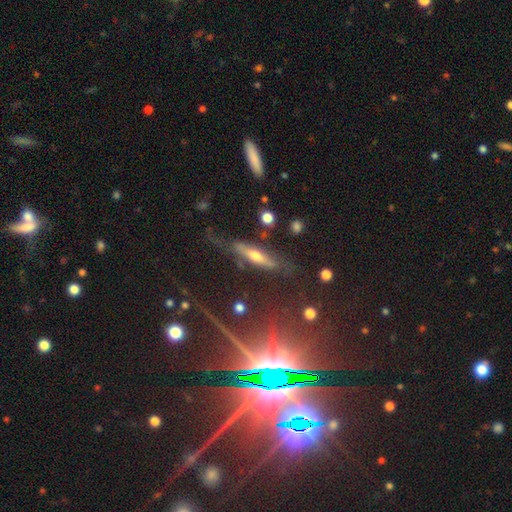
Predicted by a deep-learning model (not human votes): Smooth or featured: featured or disk — 56% (smooth — 34%)
Edge-on disk: yes — 78% (no — 22%)
Merging: none — 62% (minor disturbance — 24%)